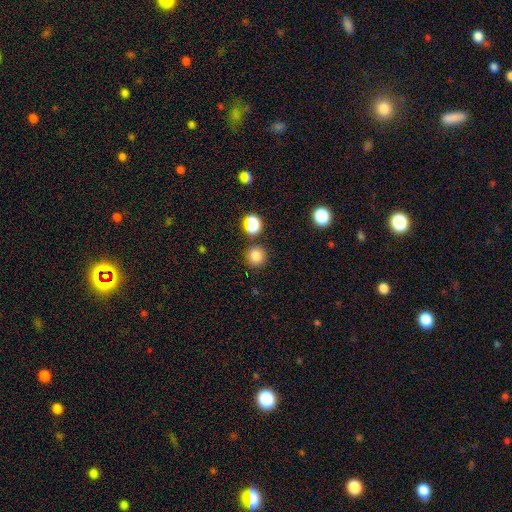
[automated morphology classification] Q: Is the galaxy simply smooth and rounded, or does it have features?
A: smooth — 82%.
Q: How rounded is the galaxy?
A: round — 93%.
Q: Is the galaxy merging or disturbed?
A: none — 85%.